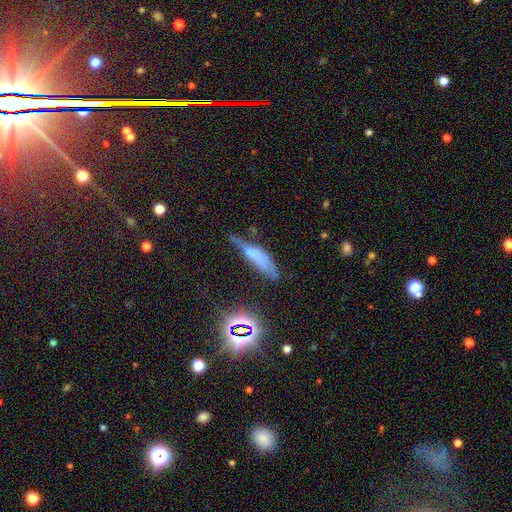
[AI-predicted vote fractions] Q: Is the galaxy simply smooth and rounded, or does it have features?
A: smooth — 51%.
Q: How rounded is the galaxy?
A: cigar-shaped — 74%.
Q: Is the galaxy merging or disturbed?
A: none — 41%.